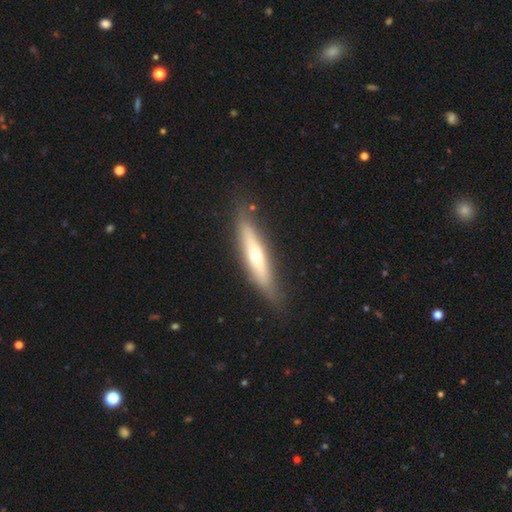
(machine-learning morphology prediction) Q: Smooth or featured?
A: featured or disk (52%); runner-up: smooth (42%)
Q: Edge-on disk?
A: yes (82%); runner-up: no (18%)
Q: Merging?
A: none (84%); runner-up: minor disturbance (11%)